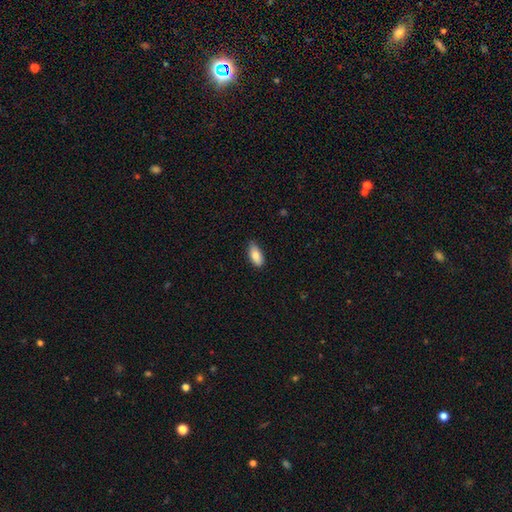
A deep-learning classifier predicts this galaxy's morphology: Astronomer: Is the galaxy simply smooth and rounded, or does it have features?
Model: smooth — 85%.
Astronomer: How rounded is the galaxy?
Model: in between — 89%.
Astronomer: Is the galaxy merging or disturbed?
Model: none — 80%.